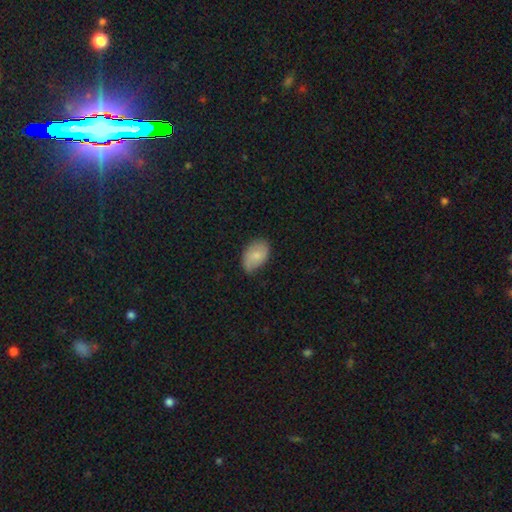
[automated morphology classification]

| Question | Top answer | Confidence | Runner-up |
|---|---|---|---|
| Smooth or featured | smooth | 77% | featured or disk (16%) |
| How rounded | in between | 90% | round (9%) |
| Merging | none | 65% | minor disturbance (29%) |